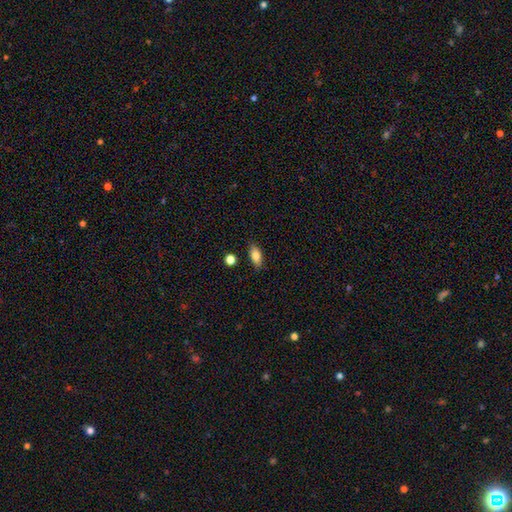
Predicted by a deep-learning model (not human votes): Smooth or featured? smooth (80%)
How rounded? in between (84%)
Merging? none (84%)